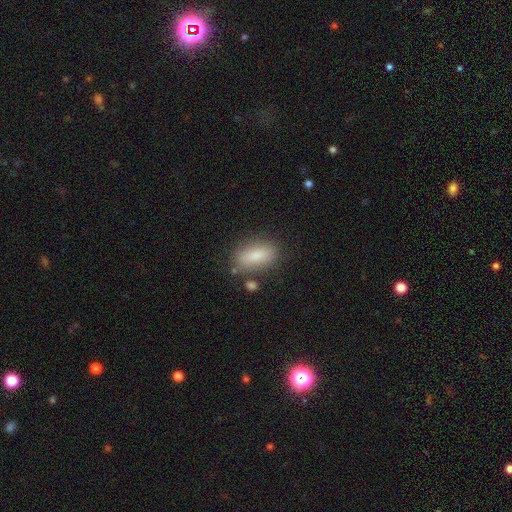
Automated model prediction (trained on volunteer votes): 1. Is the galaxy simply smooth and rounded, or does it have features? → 82% smooth, 10% featured or disk, 7% star or artifact.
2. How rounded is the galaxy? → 83% in between, 13% cigar-shaped, 4% round.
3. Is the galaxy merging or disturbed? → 77% none, 14% minor disturbance, 5% merger, 4% major disturbance.